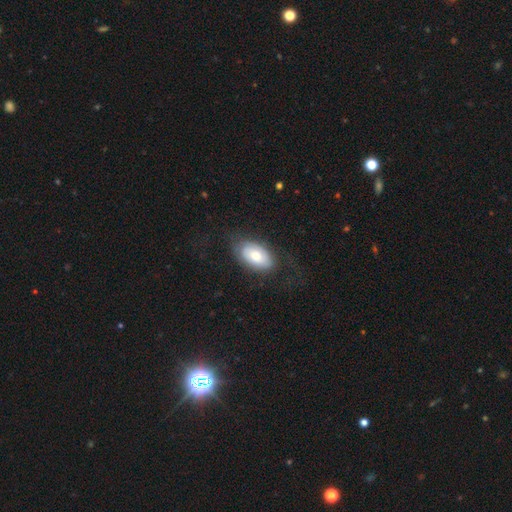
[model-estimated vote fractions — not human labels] Smooth or featured? Predicted: smooth (p=0.66). How rounded? Predicted: in between (p=0.93). Merging? Predicted: none (p=0.70).